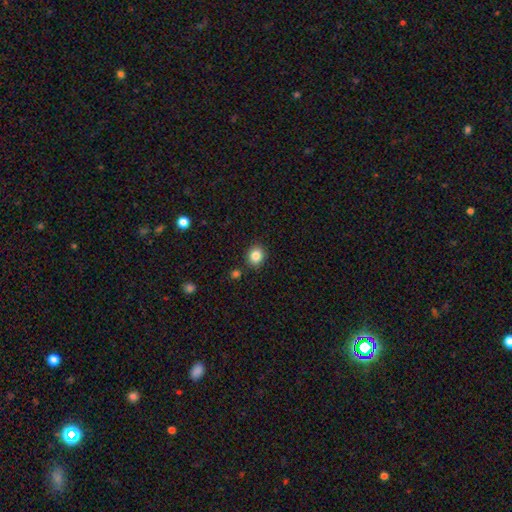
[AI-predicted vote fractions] Morphology: type=smooth (85%); roundness=round (76%); merging=none (88%).